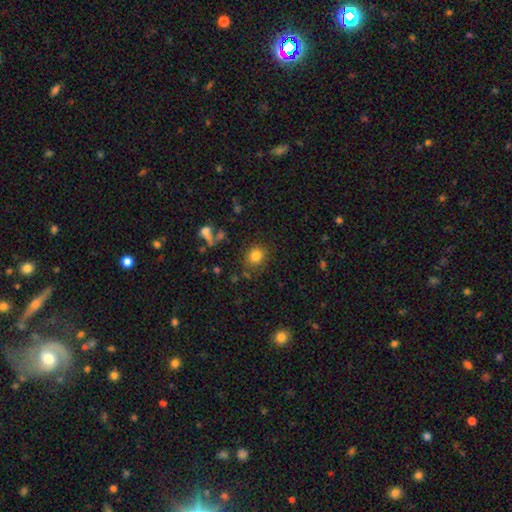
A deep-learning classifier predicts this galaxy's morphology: smooth-or-featured: smooth: 82% | star or artifact: 12% | featured or disk: 7%
  how-rounded: round: 76% | in between: 23% | cigar-shaped: 1%
  merging: none: 79% | minor disturbance: 13% | major disturbance: 5% | merger: 4%